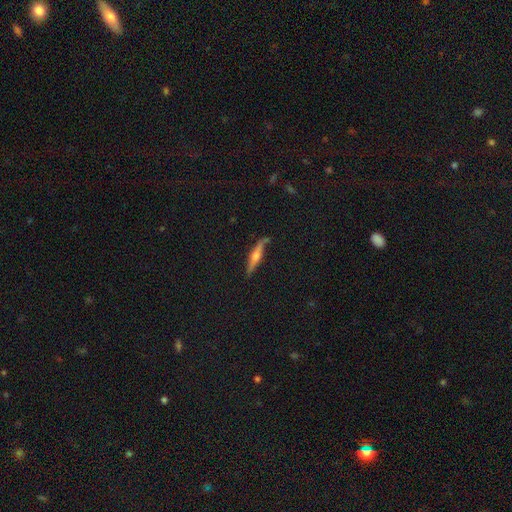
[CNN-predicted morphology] type=featured or disk (63%); edge-on=yes (94%); edge-on bulge=rounded (88%); merging=none (80%).